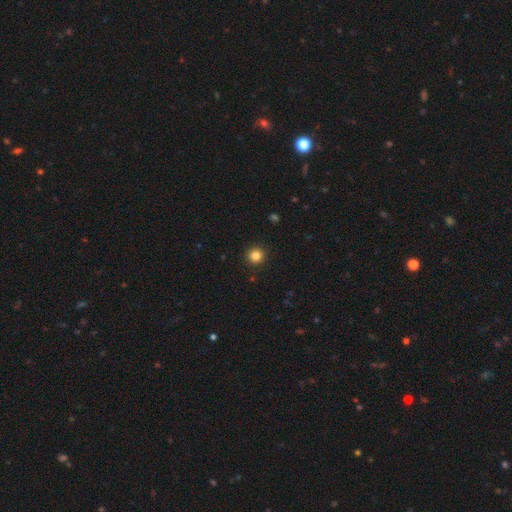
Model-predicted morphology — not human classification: This is clearly a smooth galaxy (84%). How rounded: clearly round (95%). Merging: clearly none (93%).